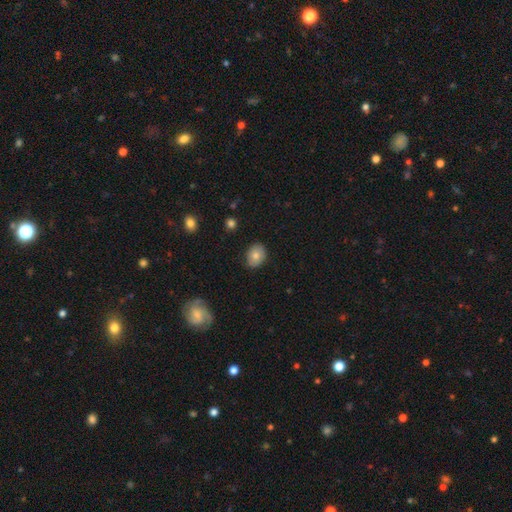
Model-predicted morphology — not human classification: Q: Smooth or featured?
A: smooth (77%); runner-up: featured or disk (15%)
Q: How rounded?
A: in between (65%); runner-up: round (34%)
Q: Merging?
A: none (81%); runner-up: minor disturbance (15%)